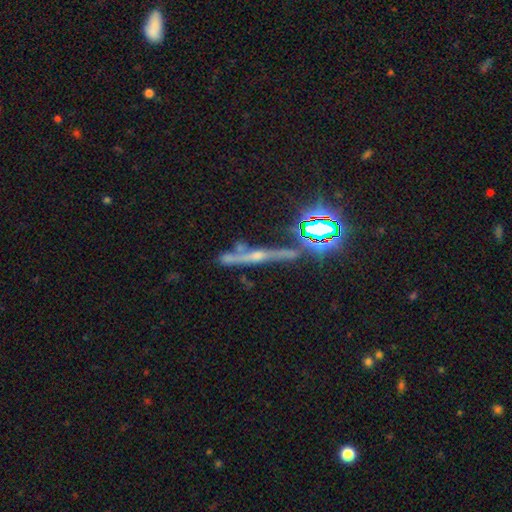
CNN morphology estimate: A featured or disk galaxy (57%) viewed edge-on (86%).

Vote fractions:
- Smooth or featured? featured or disk: 57% / star or artifact: 27% / smooth: 16%
- Edge-on disk? yes: 86% / no: 14%
- Merging? none: 69% / minor disturbance: 16% / merger: 9% / major disturbance: 6%